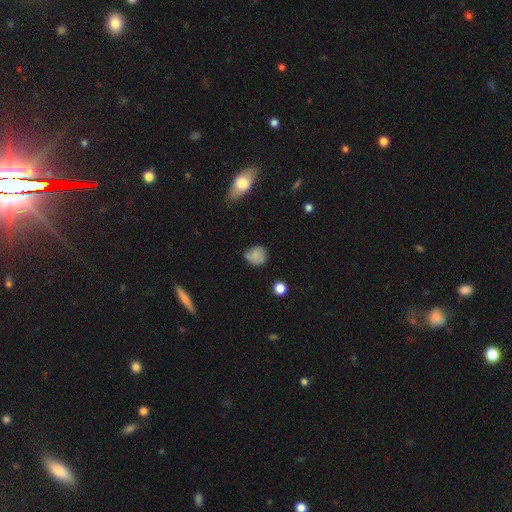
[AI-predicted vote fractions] Smooth or featured? Predicted: smooth (p=0.78). How rounded? Predicted: round (p=0.80). Merging? Predicted: none (p=0.65).